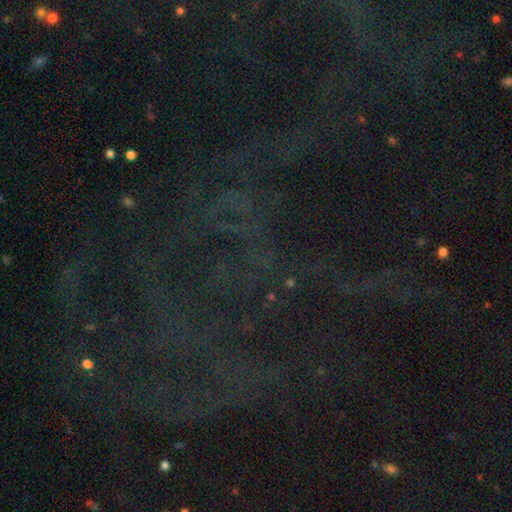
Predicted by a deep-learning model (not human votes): Smooth or featured? star or artifact (75%)